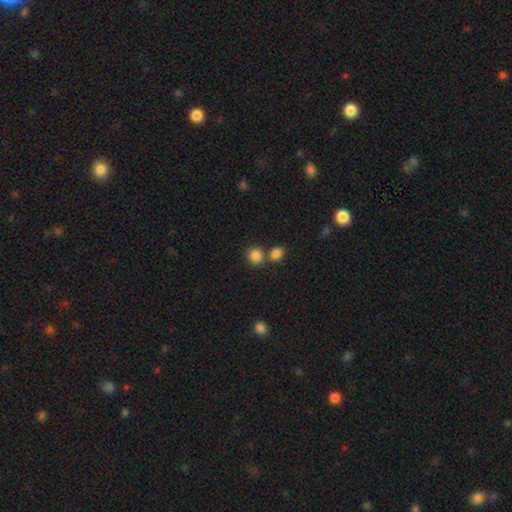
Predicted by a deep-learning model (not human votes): Morphology: type=smooth (84%); roundness=round (80%); merging=none (58%).